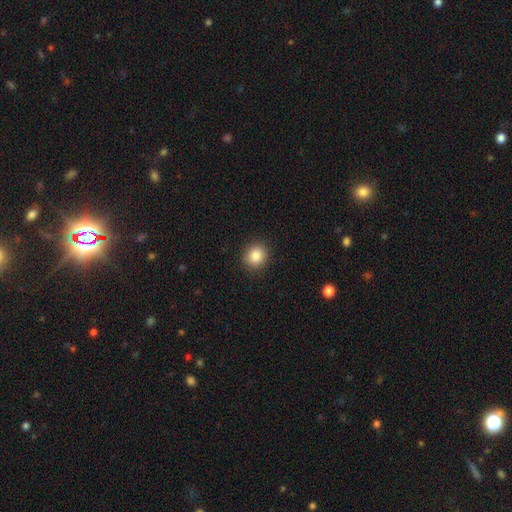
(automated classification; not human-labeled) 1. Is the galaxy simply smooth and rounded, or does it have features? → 86% smooth, 9% star or artifact, 5% featured or disk.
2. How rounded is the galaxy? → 83% round, 16% in between, 1% cigar-shaped.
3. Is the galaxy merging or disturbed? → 90% none, 6% minor disturbance, 2% major disturbance, 1% merger.